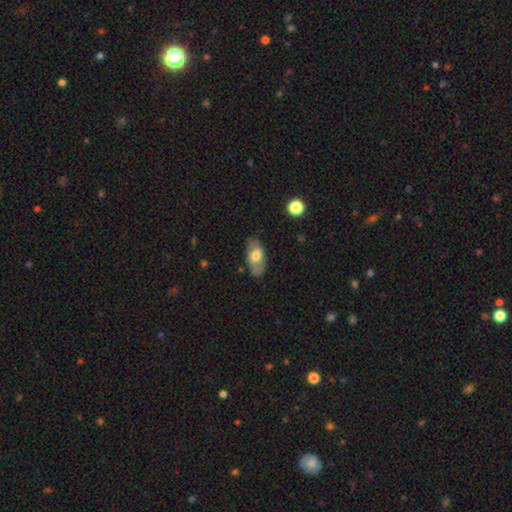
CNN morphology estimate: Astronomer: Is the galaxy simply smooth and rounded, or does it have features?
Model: smooth — 59% (runner-up: featured or disk, 35%).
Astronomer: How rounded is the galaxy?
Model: in between — 90%.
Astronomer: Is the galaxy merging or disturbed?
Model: none — 77%.